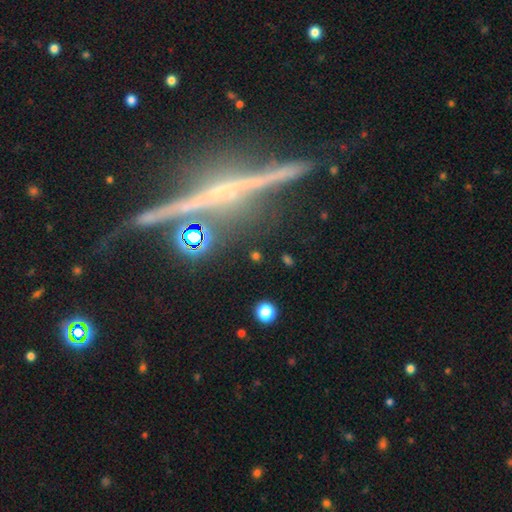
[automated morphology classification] smooth_or_featured: smooth (p=0.48) [alt: star or artifact p=0.36]
merging: none (p=0.83) [alt: minor disturbance p=0.08]